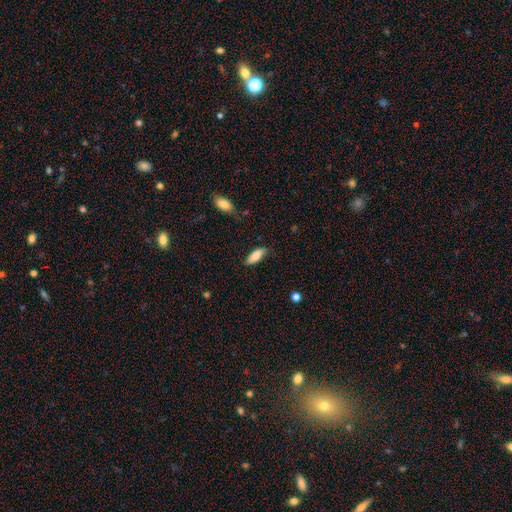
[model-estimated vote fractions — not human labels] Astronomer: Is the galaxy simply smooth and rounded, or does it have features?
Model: smooth — 80%.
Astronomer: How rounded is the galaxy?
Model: in between — 70%.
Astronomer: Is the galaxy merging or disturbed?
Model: none — 78%.